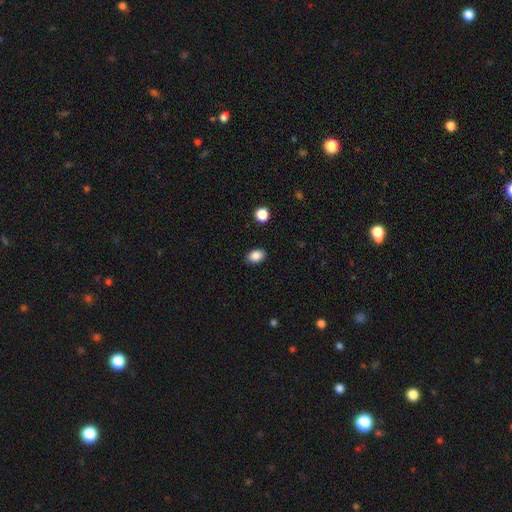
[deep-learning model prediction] The model was most divided on "how rounded": in between: 81%, round: 17%, cigar-shaped: 1%. More confident: merging — none (88%); smooth or featured — smooth (87%).